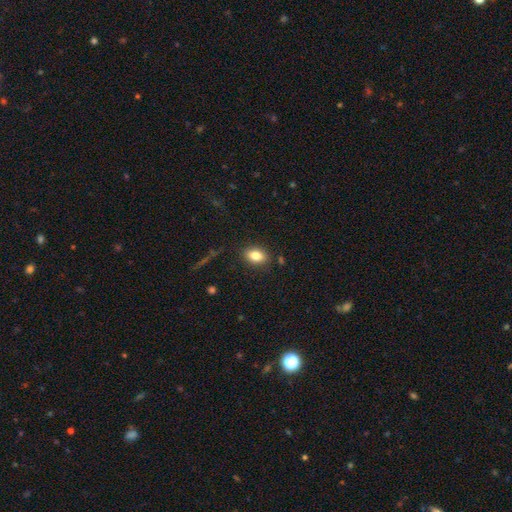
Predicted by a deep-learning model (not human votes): Smooth or featured? smooth (82%)
How rounded? in between (79%)
Merging? none (86%)